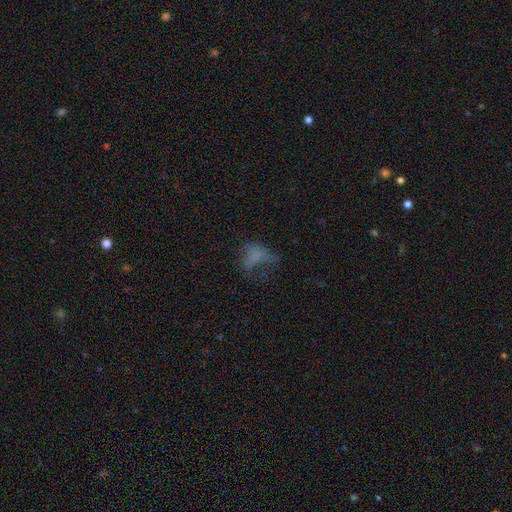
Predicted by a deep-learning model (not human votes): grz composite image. It shows a smooth galaxy with no disk features (51%) that is in between round and cigar-shaped (76%). Merging: major disturbance (47%).